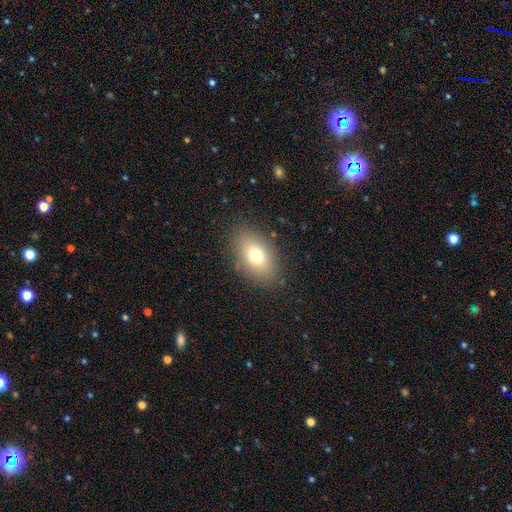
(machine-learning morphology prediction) Smooth or featured: smooth — 74% (featured or disk — 16%)
How rounded: in between — 87% (round — 11%)
Merging: none — 83% (minor disturbance — 11%)